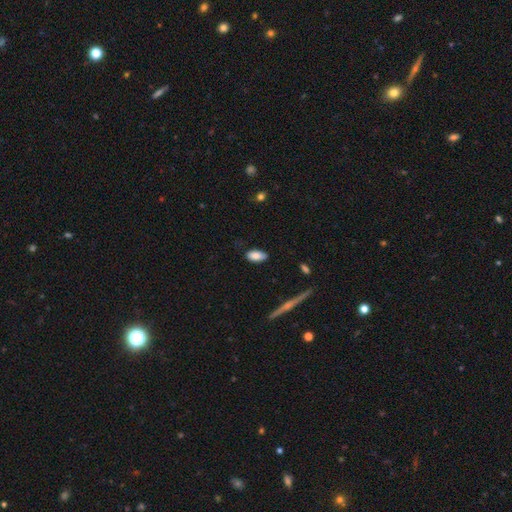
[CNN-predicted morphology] The model was most divided on "merging": none: 77%, minor disturbance: 18%, major disturbance: 3%, merger: 1%. More confident: how rounded — in between (92%); smooth or featured — smooth (85%).